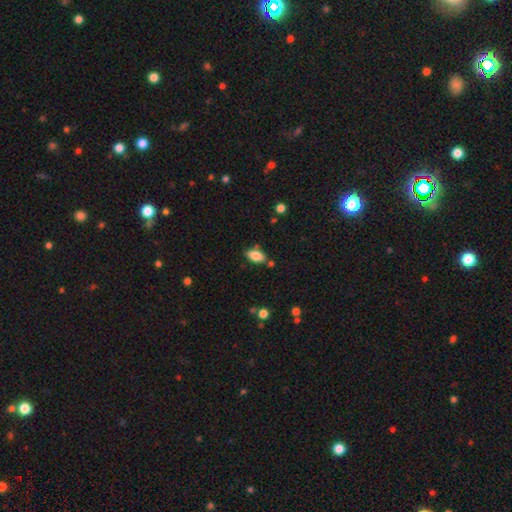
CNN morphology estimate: type=smooth (84%); roundness=in between (91%); merging=none (77%).